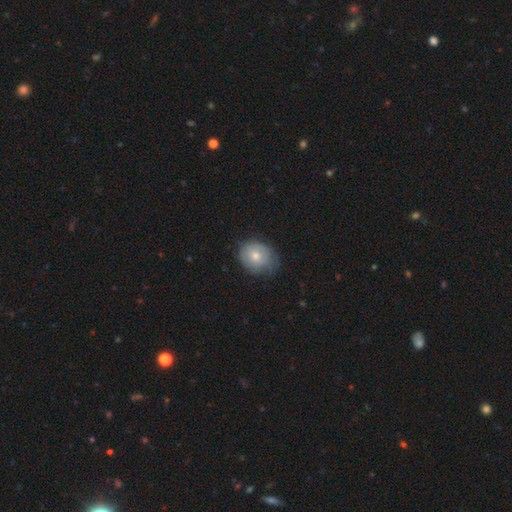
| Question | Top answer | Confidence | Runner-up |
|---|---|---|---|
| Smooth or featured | smooth | 79% | featured or disk (18%) |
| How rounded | in between | 60% | round (40%) |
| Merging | none | 49% | minor disturbance (38%) |